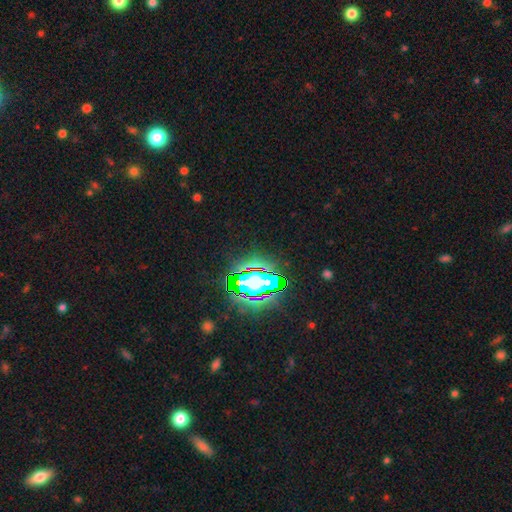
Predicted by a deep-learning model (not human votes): This is clearly a star or artifact rather than a galaxy (82%).